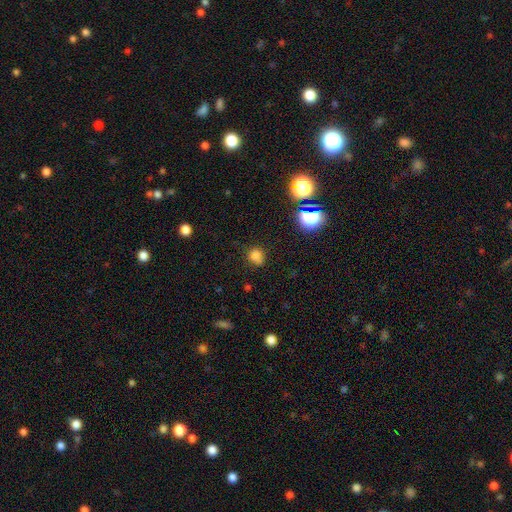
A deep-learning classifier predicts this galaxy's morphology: Smooth or featured? Predicted: smooth (p=0.76). How rounded? Predicted: round (p=0.82). Merging? Predicted: none (p=0.66).